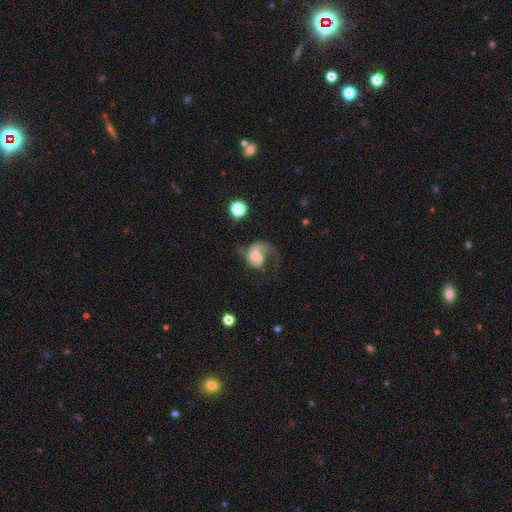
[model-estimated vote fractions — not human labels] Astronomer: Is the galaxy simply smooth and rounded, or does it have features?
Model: featured or disk — 71%.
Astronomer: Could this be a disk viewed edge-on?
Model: no — 98%.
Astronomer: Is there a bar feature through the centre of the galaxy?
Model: no — 63%.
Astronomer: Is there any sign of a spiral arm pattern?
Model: yes — 85%.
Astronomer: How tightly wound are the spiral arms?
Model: loose — 55% (runner-up: medium, 34%).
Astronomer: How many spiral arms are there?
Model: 1 — 70%.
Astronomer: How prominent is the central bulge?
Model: small — 40% (runner-up: moderate, 36%).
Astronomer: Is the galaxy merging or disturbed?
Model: major disturbance — 48% (runner-up: none, 27%).